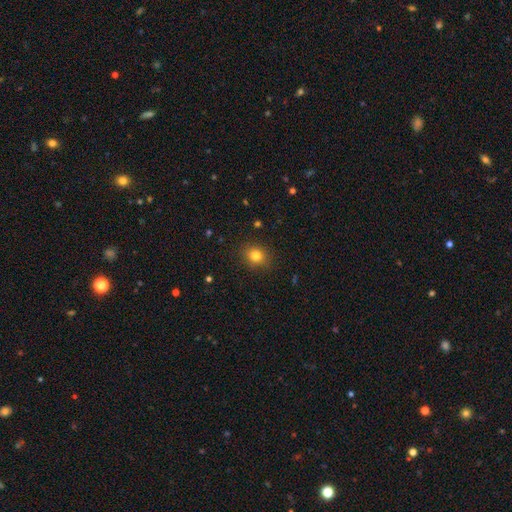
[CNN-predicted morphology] This appears to be a smooth galaxy with no disk features (80%) that is round (74%). Merging: none (88%).